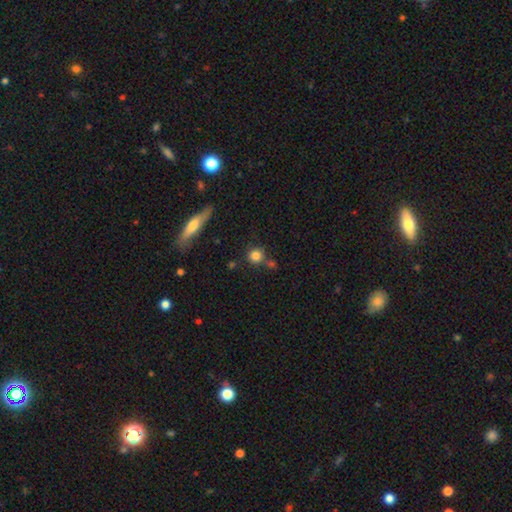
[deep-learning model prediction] This is clearly a smooth galaxy (82%). How rounded: clearly round (91%). Merging: likely none (69%).